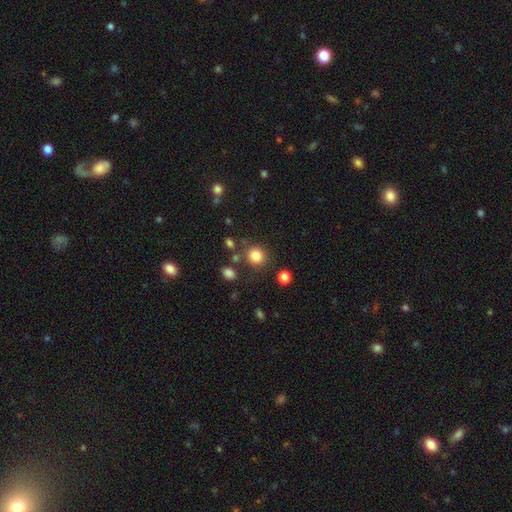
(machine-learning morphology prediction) This appears to be a smooth galaxy with no disk features (83%) that is round (88%). Merging: none (78%).